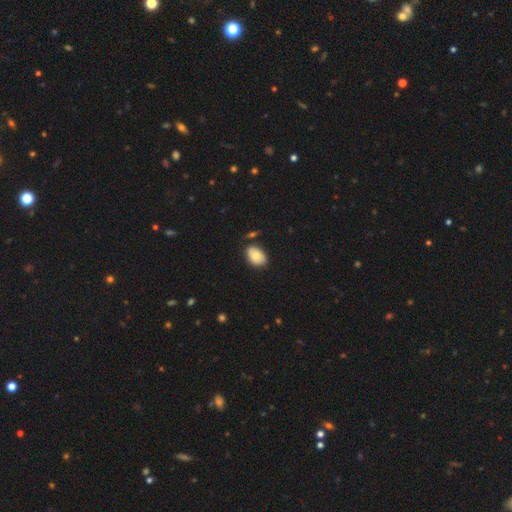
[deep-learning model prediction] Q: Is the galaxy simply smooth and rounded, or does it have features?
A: smooth — 78%.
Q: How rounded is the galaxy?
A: in between — 84%.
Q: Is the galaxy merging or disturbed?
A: none — 75%.